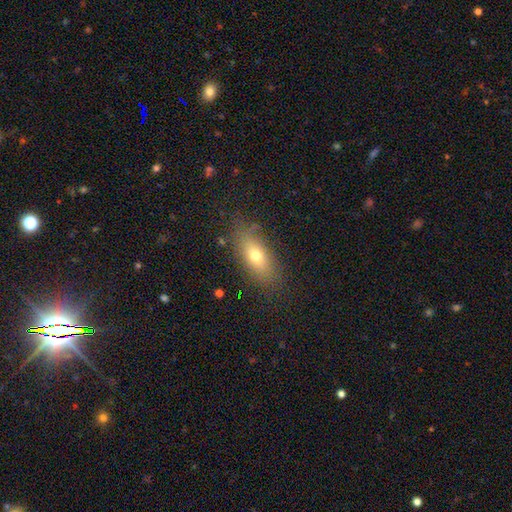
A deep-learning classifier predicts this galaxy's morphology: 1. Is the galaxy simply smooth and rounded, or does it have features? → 70% smooth, 19% featured or disk, 11% star or artifact.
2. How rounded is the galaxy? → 78% in between, 16% cigar-shaped, 6% round.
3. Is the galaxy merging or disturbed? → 78% none, 15% minor disturbance, 5% major disturbance, 2% merger.